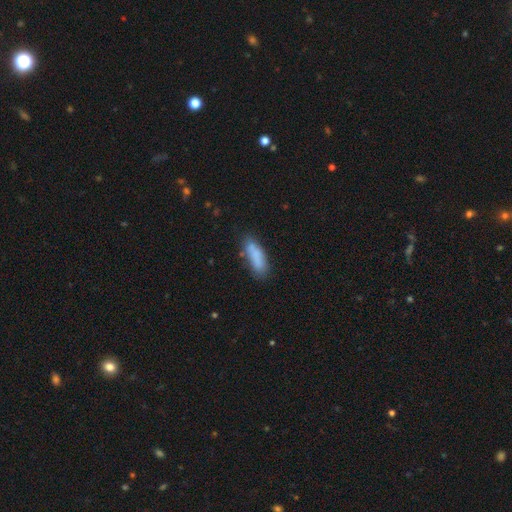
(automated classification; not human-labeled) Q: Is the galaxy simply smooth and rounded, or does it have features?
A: smooth — 80%.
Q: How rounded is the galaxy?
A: in between — 50%.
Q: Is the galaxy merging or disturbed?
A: none — 64%.